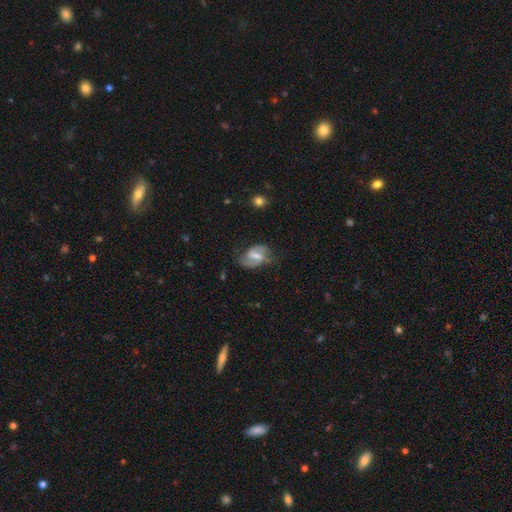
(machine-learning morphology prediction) smooth_or_featured: featured or disk (p=0.67) [alt: smooth p=0.26]
disk_edge_on: no (p=0.96) [alt: yes p=0.04]
bar: weak (p=0.51) [alt: strong p=0.30]
has_spiral_arms: yes (p=0.86) [alt: no p=0.14]
spiral_winding: medium (p=0.44) [alt: loose p=0.39]
spiral_arm_count: 2 (p=0.84) [alt: can't tell p=0.09]
bulge_size: moderate (p=0.52) [alt: small p=0.38]
merging: none (p=0.62) [alt: minor disturbance p=0.26]